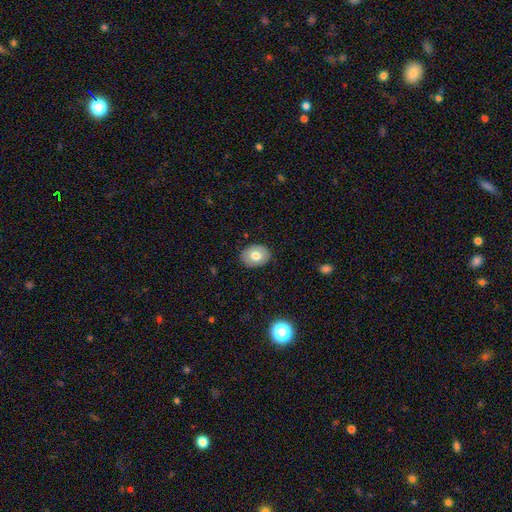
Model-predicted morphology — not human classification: This appears to be a smooth galaxy with no disk features (74%) that is in between round and cigar-shaped (66%). Merging: none (87%).